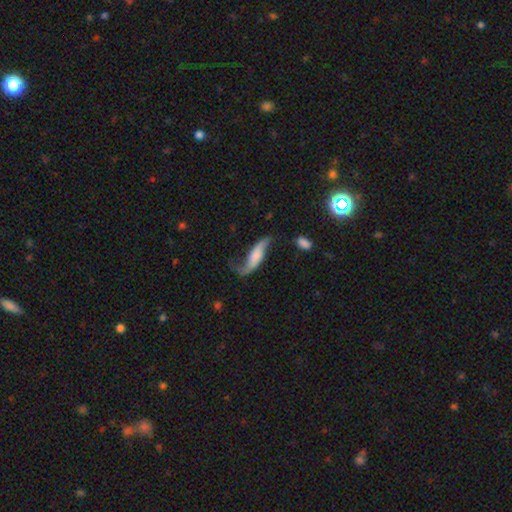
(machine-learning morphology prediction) Smooth or featured? featured or disk (70%)
Edge-on disk? no (83%)
Bar? no (57%)
Spiral arms? yes (91%)
Spiral winding? loose (91%)
Spiral arm count? 2 (85%)
Bulge size? none (42%)
Merging? none (51%)